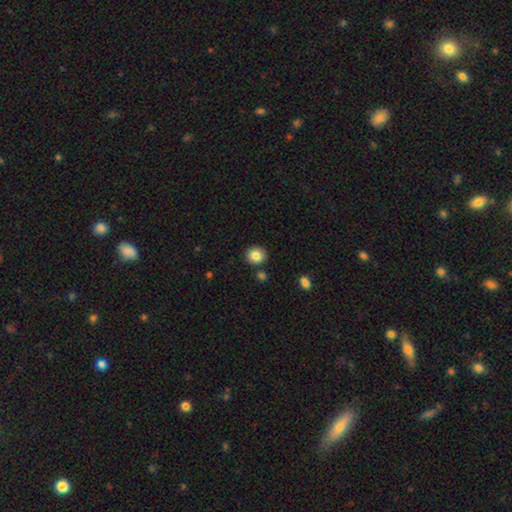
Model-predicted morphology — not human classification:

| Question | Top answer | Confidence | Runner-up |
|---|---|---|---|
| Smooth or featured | smooth | 84% | star or artifact (9%) |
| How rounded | round | 86% | in between (13%) |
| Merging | none | 86% | minor disturbance (7%) |